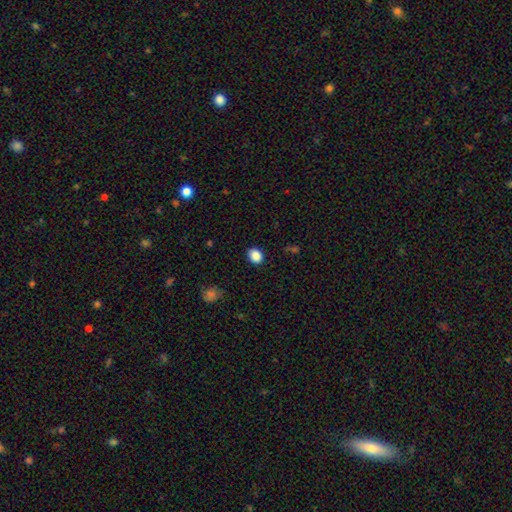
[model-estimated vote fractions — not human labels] Morphology: type=smooth (88%); roundness=in between (58%); merging=none (88%).